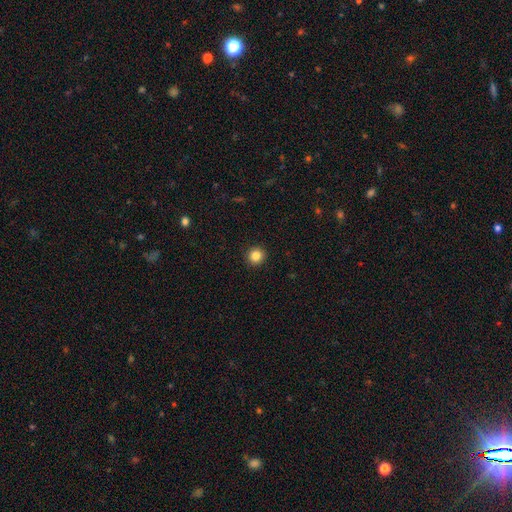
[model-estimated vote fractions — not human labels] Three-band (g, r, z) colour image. It shows a smooth galaxy with no disk features (85%) that is round (94%). Merging: none (93%).